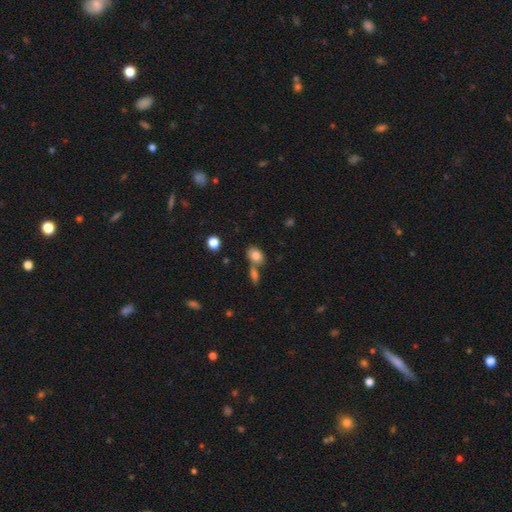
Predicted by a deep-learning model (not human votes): Smooth or featured? smooth (81%)
How rounded? in between (77%)
Merging? none (59%)